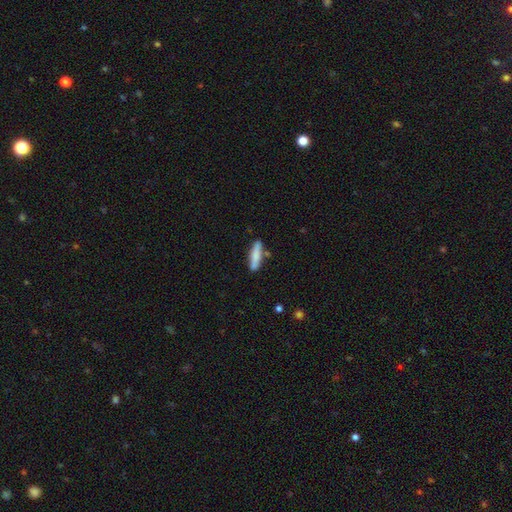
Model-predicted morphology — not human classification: Smooth or featured: smooth — 77% (featured or disk — 18%)
How rounded: cigar-shaped — 79% (in between — 19%)
Merging: none — 78% (minor disturbance — 14%)